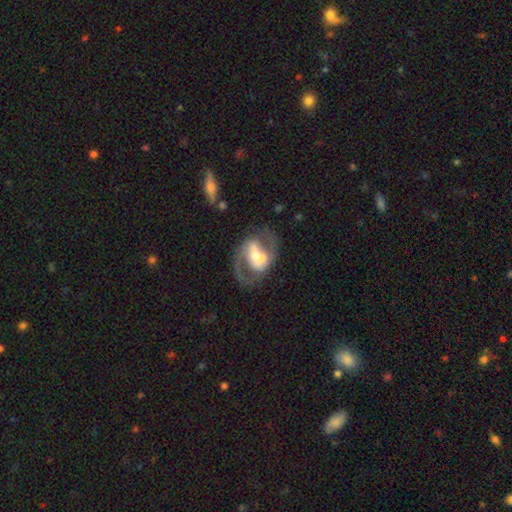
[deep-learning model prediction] Morphology: type=featured or disk (80%); edge-on=no (96%); bar=weak (34%, tied with no); spiral arms=yes (83%); winding=medium (54%); arm count=2 (86%); bulge=moderate (52%); merging=none (53%).